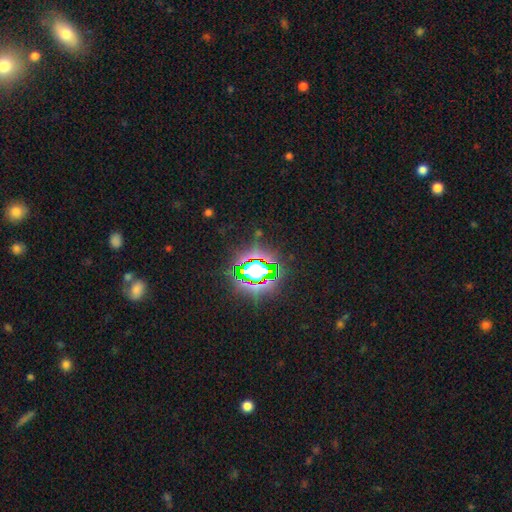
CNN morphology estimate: Q: Smooth or featured?
A: star or artifact (77%); runner-up: smooth (14%)